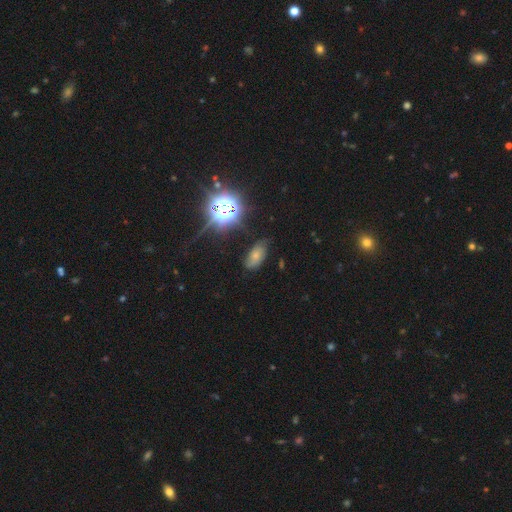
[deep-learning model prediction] Smooth or featured: smooth — 45% (featured or disk — 28%)
Merging: none — 65% (minor disturbance — 25%)